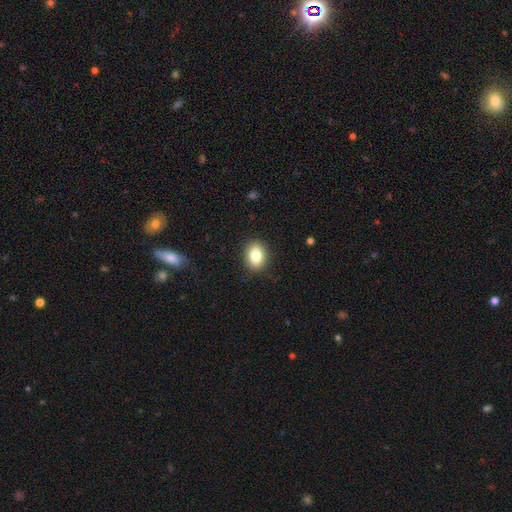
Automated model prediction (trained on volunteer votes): Smooth or featured?
  - smooth: 80% *
  - featured or disk: 12%
  - star or artifact: 9%
How rounded?
  - in between: 73% *
  - round: 25%
  - cigar-shaped: 2%
Merging?
  - none: 88% *
  - minor disturbance: 9%
  - major disturbance: 2%
  - merger: 1%